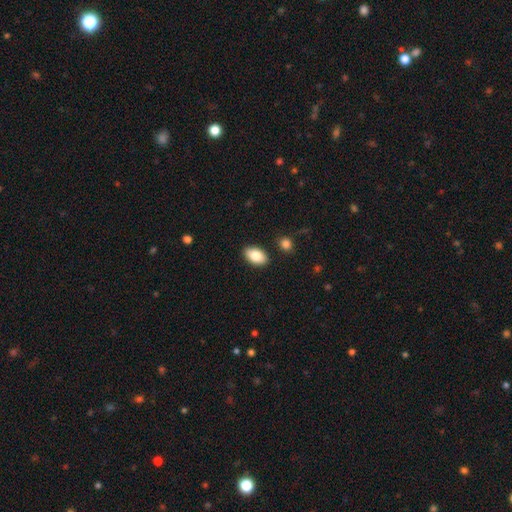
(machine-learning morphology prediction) Smooth or featured? smooth (84%)
How rounded? in between (93%)
Merging? none (87%)